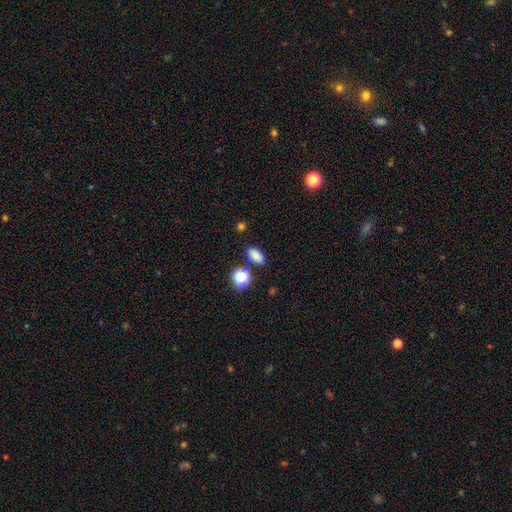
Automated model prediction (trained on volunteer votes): smooth-or-featured: smooth: 82% | star or artifact: 13% | featured or disk: 5%
  how-rounded: in between: 87% | round: 10% | cigar-shaped: 3%
  merging: none: 84% | minor disturbance: 10% | merger: 4% | major disturbance: 3%